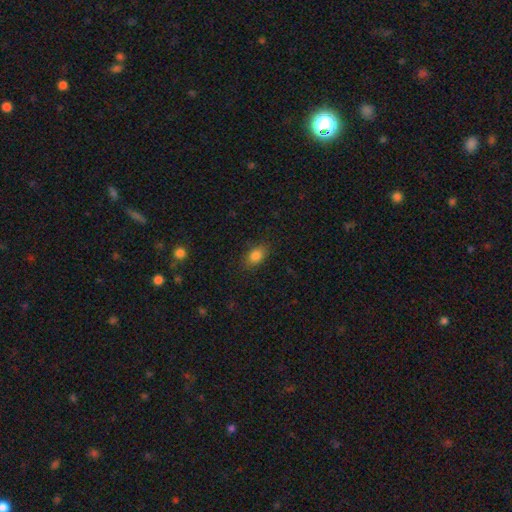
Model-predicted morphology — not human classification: Overall: smooth (84%). How rounded: in between (82%). Merging: none (83%).